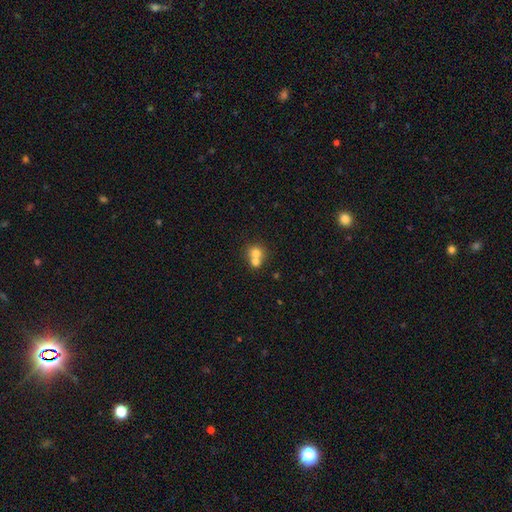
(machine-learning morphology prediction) smooth_or_featured: smooth (p=0.72) [alt: featured or disk p=0.16]
how_rounded: round (p=0.81) [alt: in between p=0.18]
merging: merger (p=0.62) [alt: none p=0.31]